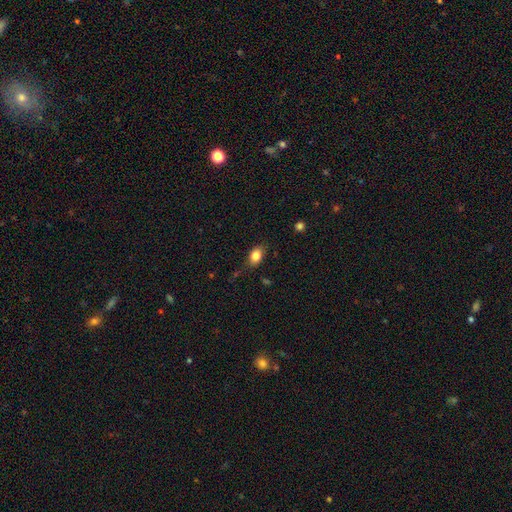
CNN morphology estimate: smooth-or-featured: smooth: 83% | star or artifact: 9% | featured or disk: 8%
  how-rounded: in between: 81% | round: 17% | cigar-shaped: 2%
  merging: none: 77% | minor disturbance: 17% | major disturbance: 4% | merger: 2%